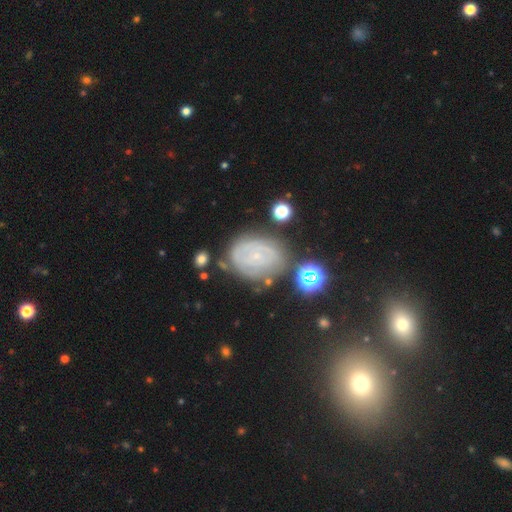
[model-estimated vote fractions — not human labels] This appears to be a featured or disk galaxy (68%) with no bar (71%), tight (71%) spiral arms (77%) and a small central bulge (84%). Merging: none (66%).